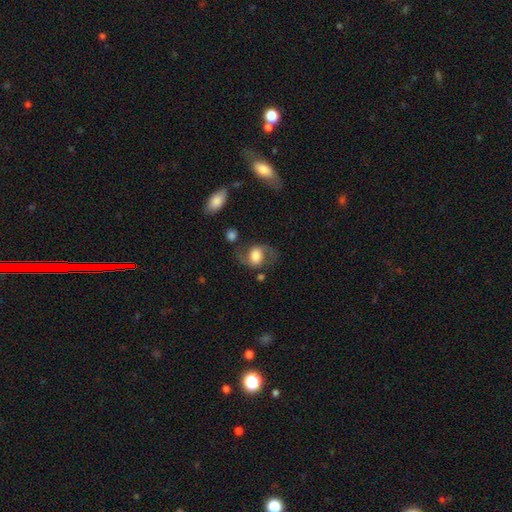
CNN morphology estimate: featured or disk 57%, smooth 35%, star or artifact 8%. Down the decision tree: edge-on disk — no (96%); bar — no (53%); spiral arms — yes (84%); bulge size — large (50%); merging — none (63%).